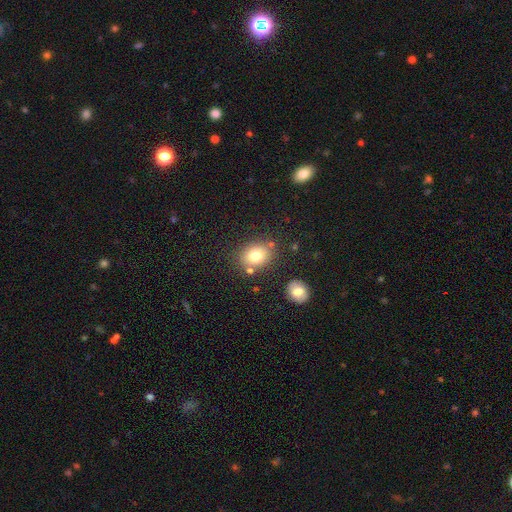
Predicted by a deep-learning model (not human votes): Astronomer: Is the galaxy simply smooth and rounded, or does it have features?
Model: smooth — 78%.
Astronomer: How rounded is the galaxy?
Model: in between — 52% (runner-up: round, 47%).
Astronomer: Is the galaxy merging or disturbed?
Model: none — 76%.